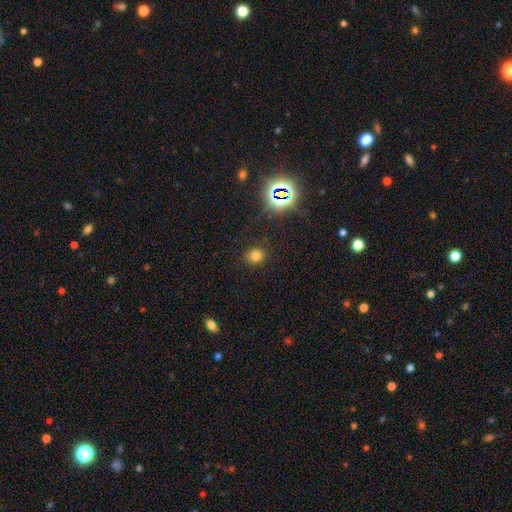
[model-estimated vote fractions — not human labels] smooth_or_featured: smooth (p=0.72) [alt: star or artifact p=0.21]
how_rounded: round (p=0.74) [alt: in between p=0.25]
merging: none (p=0.86) [alt: minor disturbance p=0.09]